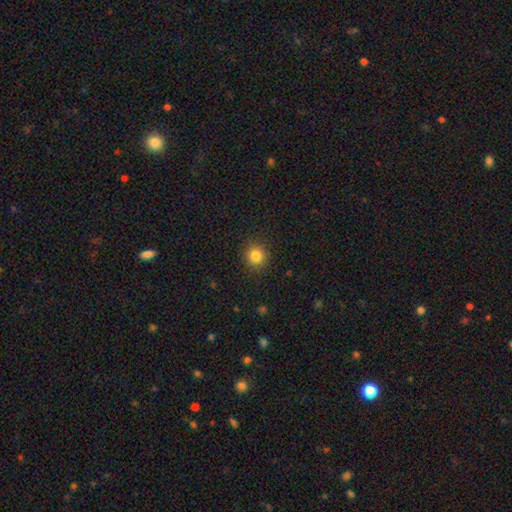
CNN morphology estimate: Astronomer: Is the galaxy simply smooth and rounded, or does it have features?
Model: smooth — 84%.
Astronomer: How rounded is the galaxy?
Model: round — 92%.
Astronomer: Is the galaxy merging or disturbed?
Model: none — 91%.